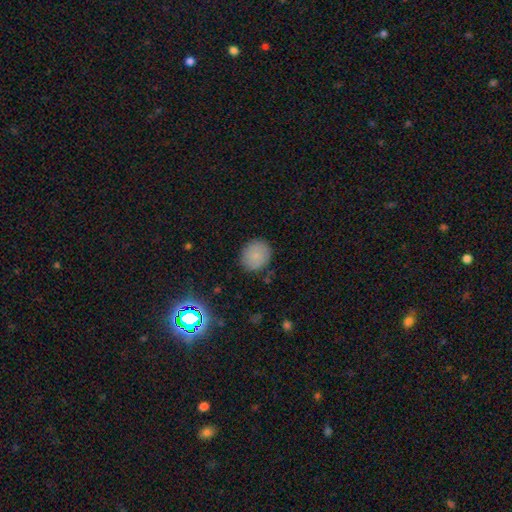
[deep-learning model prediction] This appears to be a smooth galaxy with no disk features (82%) that is round (84%). Merging: none (86%).